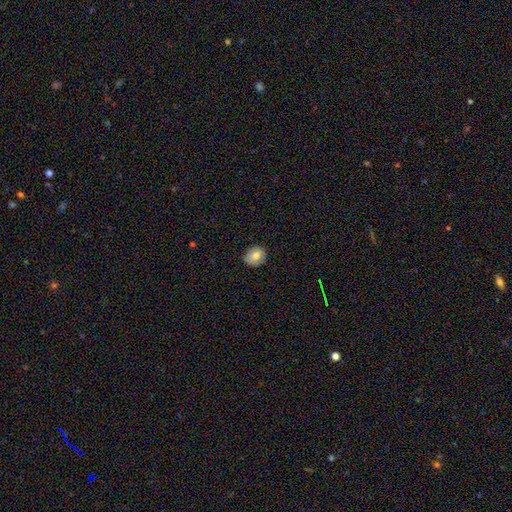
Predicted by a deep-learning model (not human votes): Smooth or featured: smooth — 79% (featured or disk — 12%)
How rounded: round — 69% (in between — 30%)
Merging: none — 84% (minor disturbance — 13%)